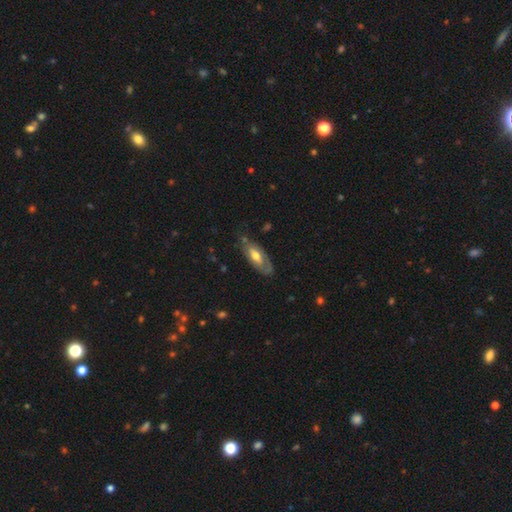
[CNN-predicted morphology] A smooth galaxy with no disk features (48%).

Vote fractions:
- Smooth or featured? smooth: 48% / featured or disk: 47% / star or artifact: 5%
- Merging? none: 65% / minor disturbance: 24% / major disturbance: 8% / merger: 2%